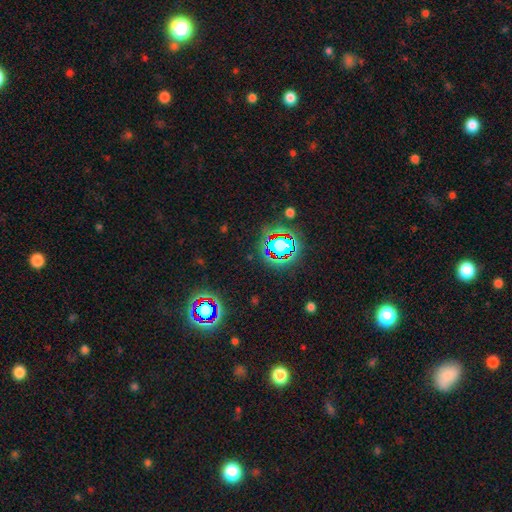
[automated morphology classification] type=star or artifact (79%).